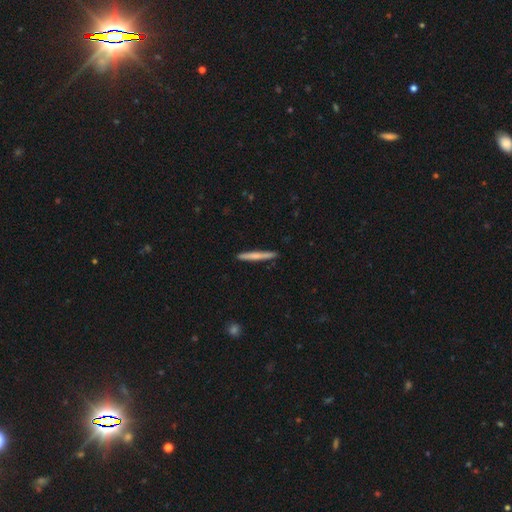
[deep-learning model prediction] smooth-or-featured: smooth: 64% | featured or disk: 31% | star or artifact: 5%
  how-rounded: cigar-shaped: 97% | in between: 2% | round: 1%
  merging: none: 92% | minor disturbance: 6% | major disturbance: 1% | merger: 1%